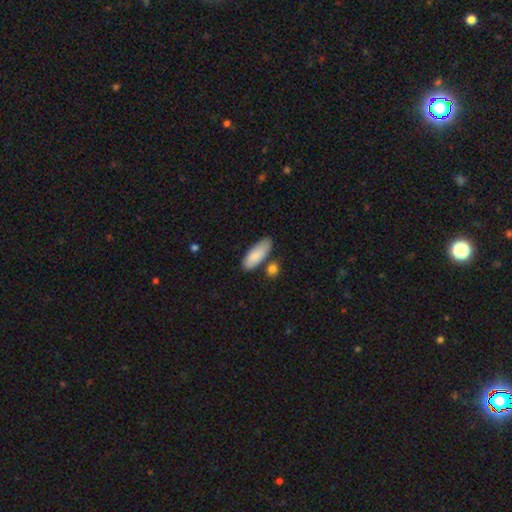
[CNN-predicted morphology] smooth 86%, featured or disk 9%, star or artifact 5%. Down the decision tree: how rounded — in between (75%); merging — none (71%).